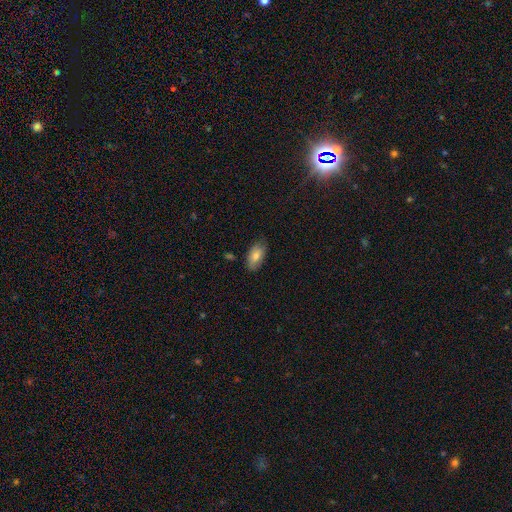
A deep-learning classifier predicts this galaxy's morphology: This appears to be a smooth galaxy with no disk features (79%) that is in between round and cigar-shaped (93%). Merging: none (80%).